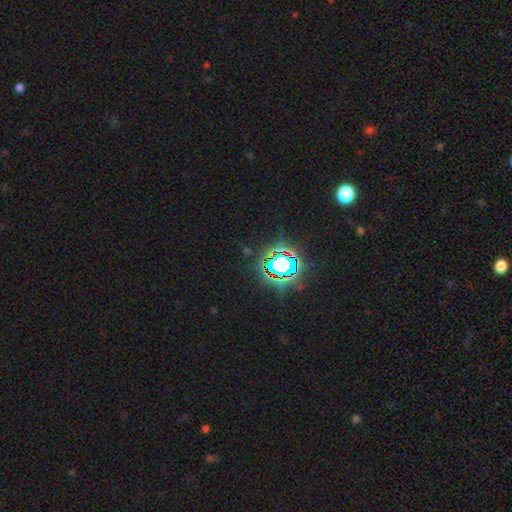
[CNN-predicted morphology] Smooth or featured? Predicted: star or artifact (p=0.82).